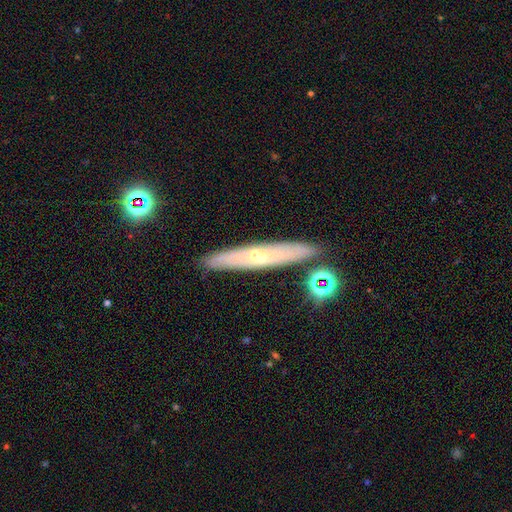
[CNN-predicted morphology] Smooth or featured? Predicted: featured or disk (p=0.61). Edge-on disk? Predicted: yes (p=0.76). Merging? Predicted: none (p=0.86).